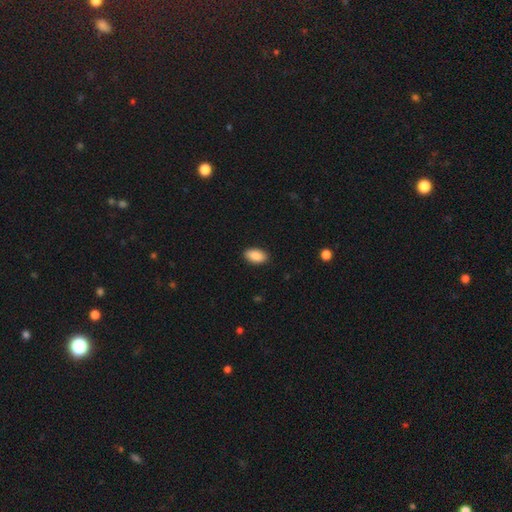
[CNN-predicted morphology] smooth 89%, star or artifact 7%, featured or disk 4%. Down the decision tree: how rounded — in between (94%); merging — none (89%).